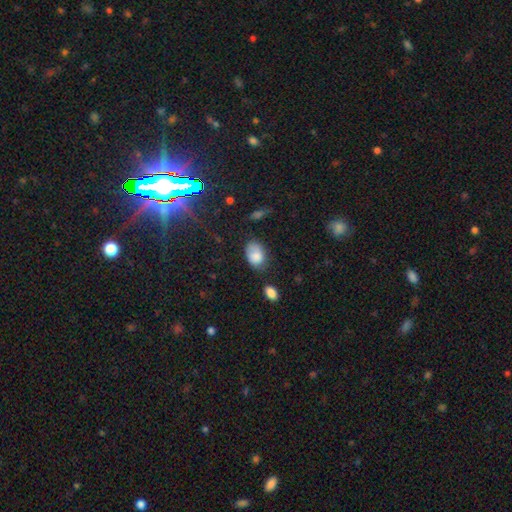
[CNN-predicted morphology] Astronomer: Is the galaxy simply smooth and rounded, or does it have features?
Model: smooth — 83%.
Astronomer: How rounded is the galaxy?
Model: in between — 86%.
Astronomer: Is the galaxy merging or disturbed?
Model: none — 51% (runner-up: minor disturbance, 34%).